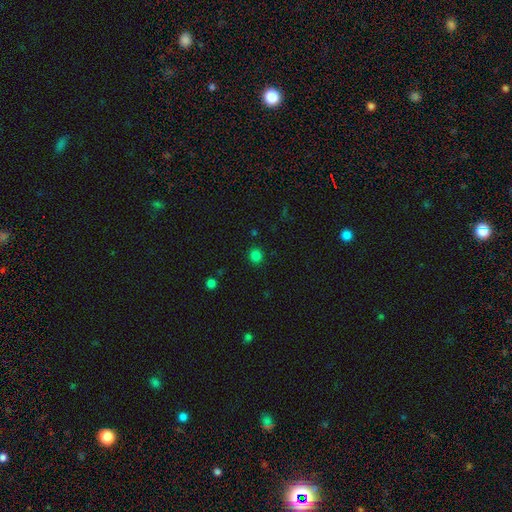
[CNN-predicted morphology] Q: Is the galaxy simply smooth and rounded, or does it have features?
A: smooth — 81%.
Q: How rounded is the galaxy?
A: round — 85%.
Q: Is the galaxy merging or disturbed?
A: none — 89%.